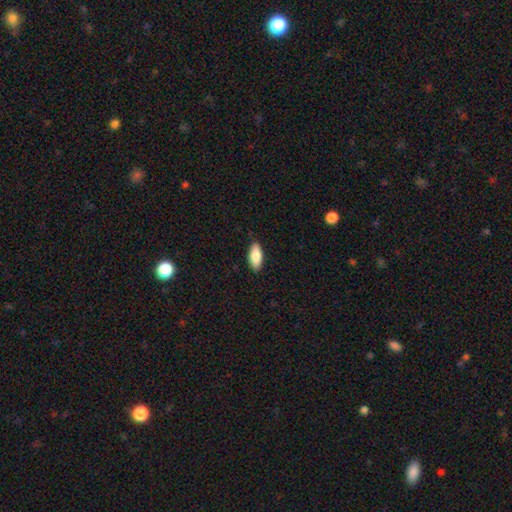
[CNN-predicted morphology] type=smooth (85%); roundness=in between (84%); merging=none (88%).